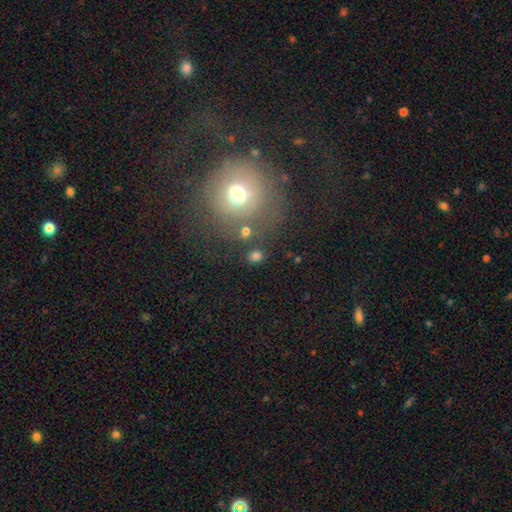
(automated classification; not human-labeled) smooth-or-featured: smooth: 75% | star or artifact: 17% | featured or disk: 7%
  how-rounded: round: 60% | in between: 39% | cigar-shaped: 2%
  merging: none: 79% | minor disturbance: 9% | merger: 7% | major disturbance: 4%